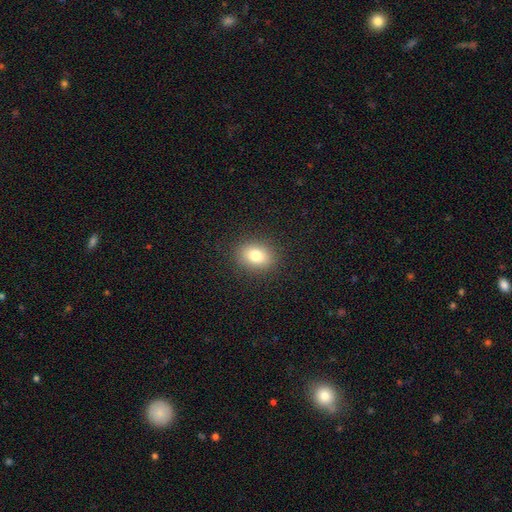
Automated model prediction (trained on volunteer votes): Smooth or featured? smooth (80%)
How rounded? in between (52%)
Merging? none (89%)